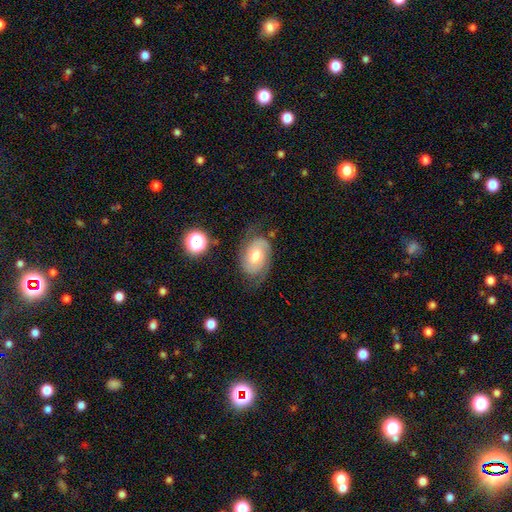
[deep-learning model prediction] Overall: featured or disk (70%). Edge-on disk: no (96%). Bar: no (65%; weak 30%). Spiral arms: yes (90%). Spiral arm count: 2 (78%). Spiral winding: tight (46%; medium 40%). Bulge size: moderate (70%). Merging: none (68%).